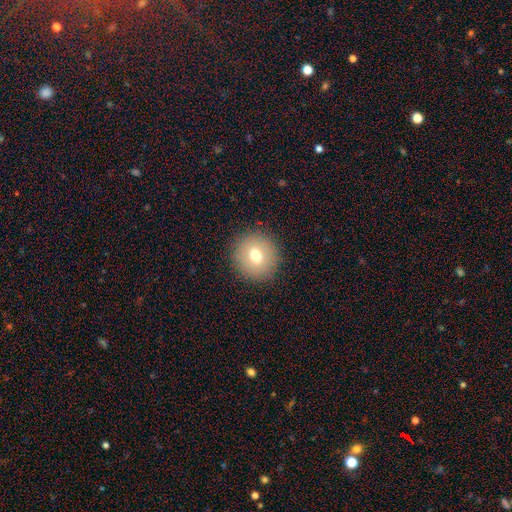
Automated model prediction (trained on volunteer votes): Overall: smooth (71%). How rounded: round (91%). Merging: none (89%).